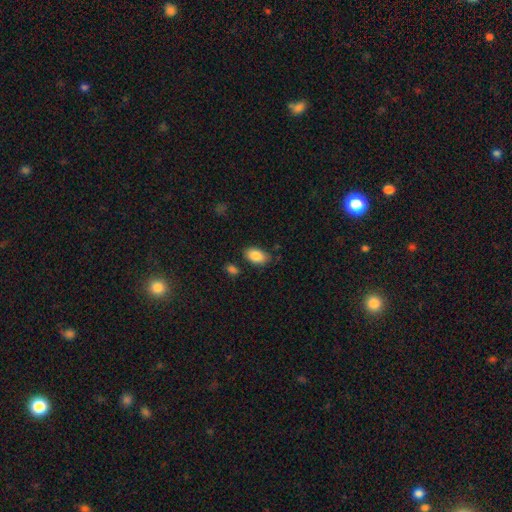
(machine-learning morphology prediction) Smooth or featured: smooth — 88% (star or artifact — 7%)
How rounded: in between — 93% (round — 6%)
Merging: none — 77% (minor disturbance — 16%)